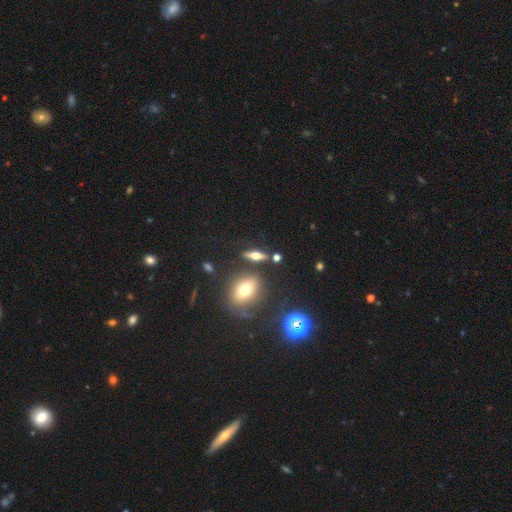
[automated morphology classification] smooth-or-featured: featured or disk: 49% | smooth: 39% | star or artifact: 12%
  merging: none: 80% | minor disturbance: 10% | merger: 7% | major disturbance: 4%